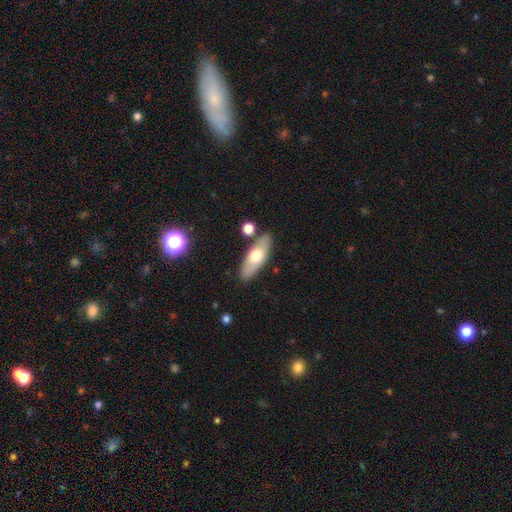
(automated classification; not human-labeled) smooth_or_featured: smooth (p=0.58) [alt: featured or disk p=0.36]
how_rounded: in between (p=0.66) [alt: cigar-shaped p=0.31]
merging: none (p=0.82) [alt: minor disturbance p=0.10]